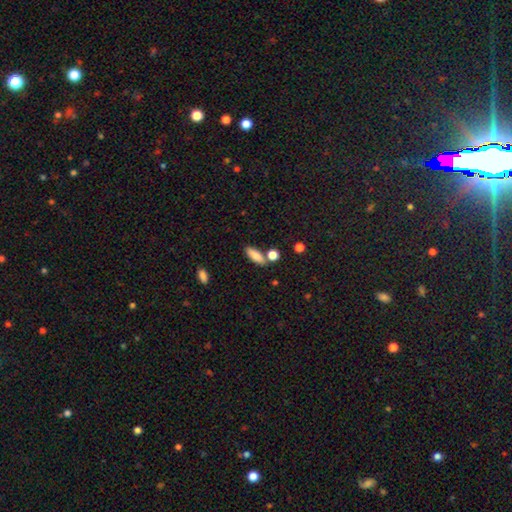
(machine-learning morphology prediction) A smooth galaxy with no disk features (84%) that is in between round and cigar-shaped (63%). Merging: none (71%).